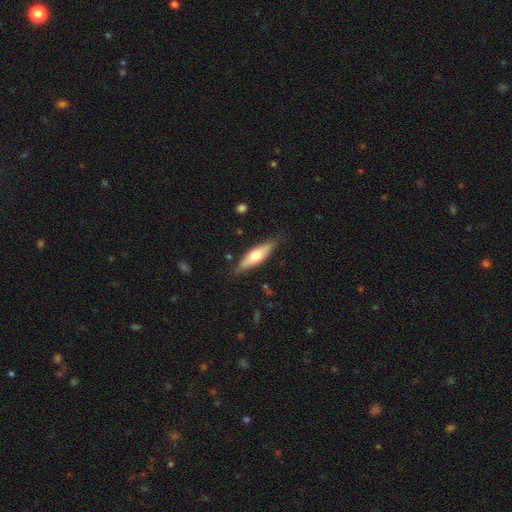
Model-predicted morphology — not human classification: The model was most divided on "how rounded": cigar-shaped: 53%, in between: 45%, round: 2%. More confident: merging — none (81%); smooth or featured — smooth (53%).